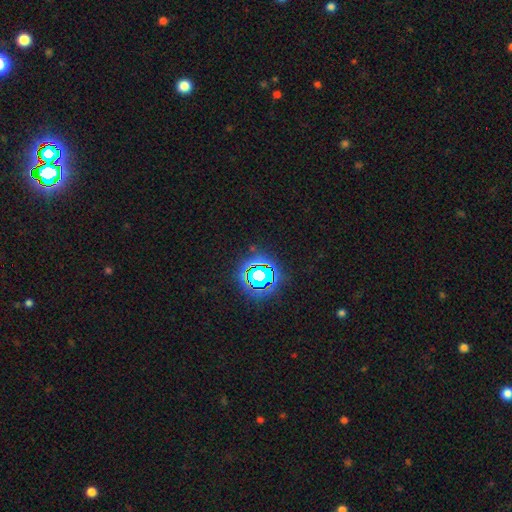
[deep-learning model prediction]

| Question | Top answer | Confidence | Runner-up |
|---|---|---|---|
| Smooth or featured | star or artifact | 82% | smooth (11%) |